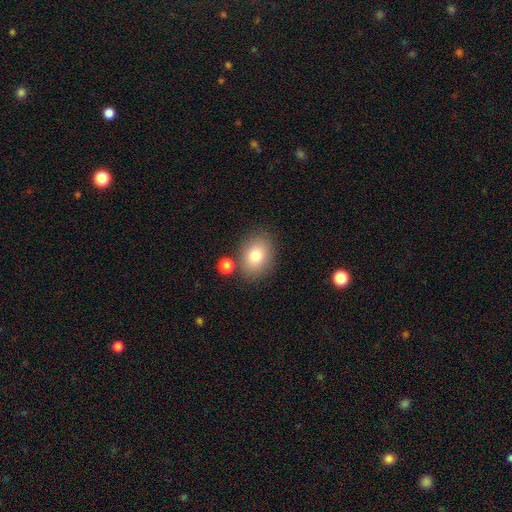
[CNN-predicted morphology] The model was most divided on "how rounded": in between: 64%, round: 35%, cigar-shaped: 1%. More confident: merging — none (79%); smooth or featured — smooth (78%).